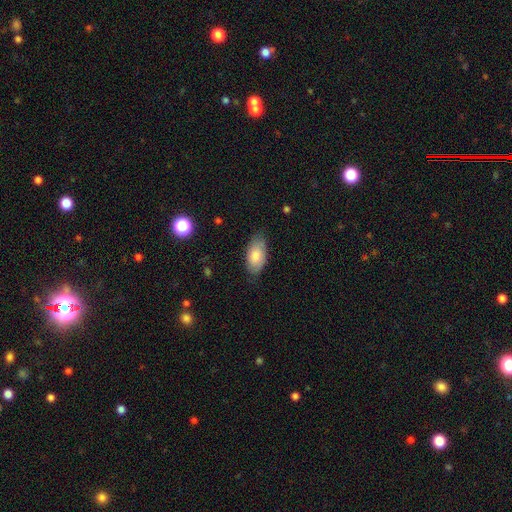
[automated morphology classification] A smooth galaxy with no disk features (73%) that is in between round and cigar-shaped (93%). Merging: none (72%).